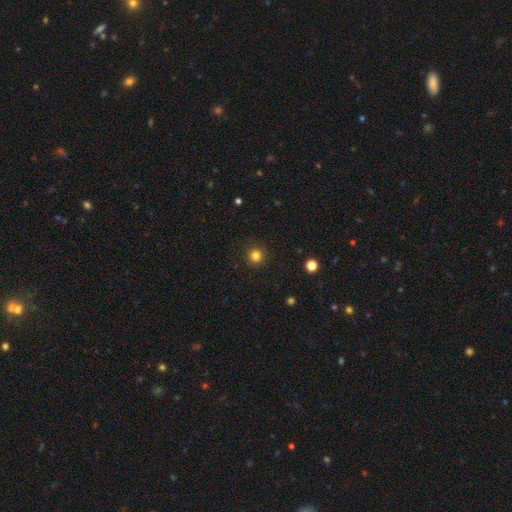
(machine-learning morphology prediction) Smooth or featured: smooth — 82% (star or artifact — 13%)
How rounded: round — 95% (in between — 5%)
Merging: none — 92% (minor disturbance — 5%)